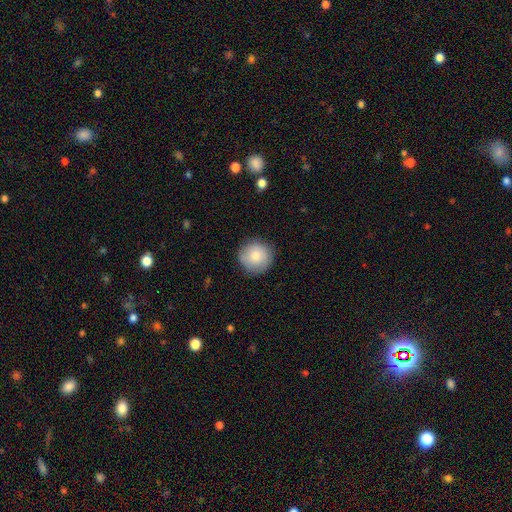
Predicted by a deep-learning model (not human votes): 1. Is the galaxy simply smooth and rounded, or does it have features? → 80% smooth, 13% featured or disk, 7% star or artifact.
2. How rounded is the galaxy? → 94% round, 5% in between, 1% cigar-shaped.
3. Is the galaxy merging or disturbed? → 84% none, 12% minor disturbance, 3% major disturbance, 1% merger.